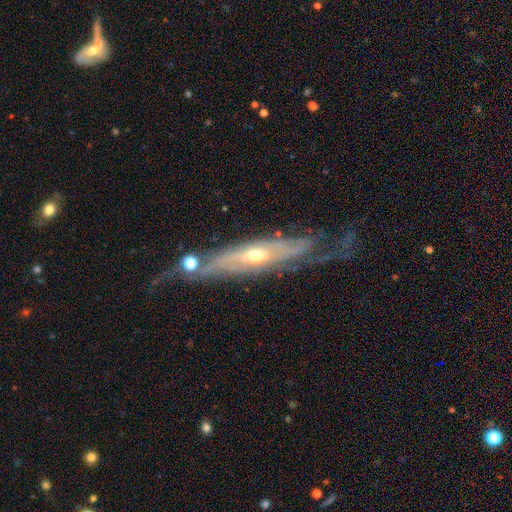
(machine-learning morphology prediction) The model was most divided on "edge-on disk": no: 53%, yes: 47%. More confident: smooth or featured — featured or disk (80%); merging — none (59%).